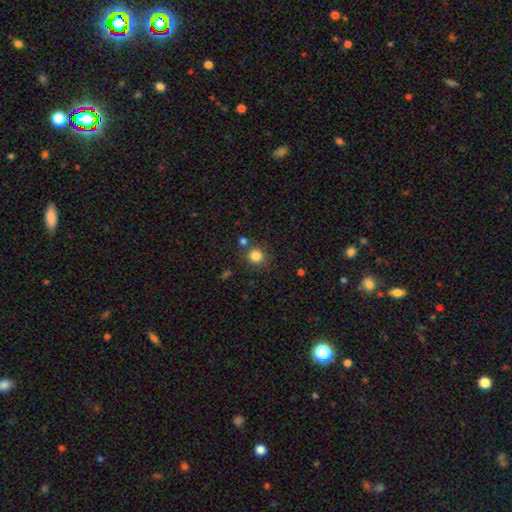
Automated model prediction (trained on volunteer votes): Q: Smooth or featured?
A: smooth (83%); runner-up: star or artifact (11%)
Q: How rounded?
A: round (89%); runner-up: in between (10%)
Q: Merging?
A: none (78%); runner-up: merger (9%)